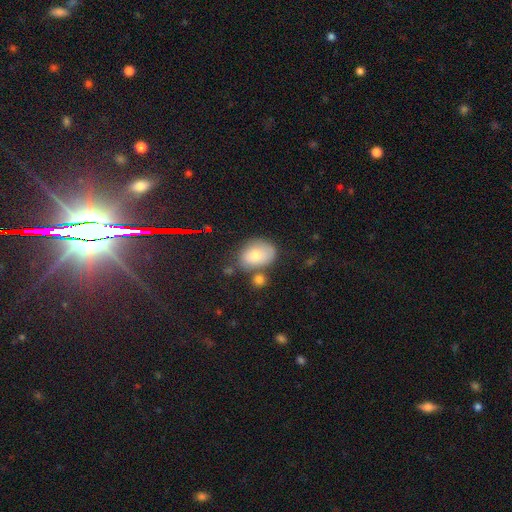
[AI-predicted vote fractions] This appears to be a smooth galaxy with no disk features (67%) that is in between round and cigar-shaped (71%). Merging: none (63%).